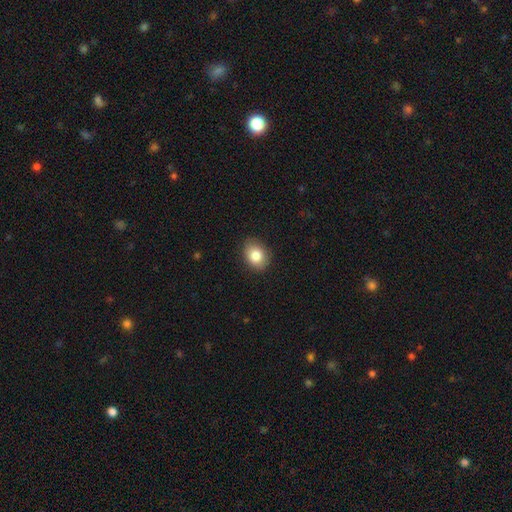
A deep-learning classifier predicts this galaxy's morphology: Q: Smooth or featured?
A: smooth (83%); runner-up: star or artifact (9%)
Q: How rounded?
A: in between (65%); runner-up: round (34%)
Q: Merging?
A: none (85%); runner-up: minor disturbance (12%)